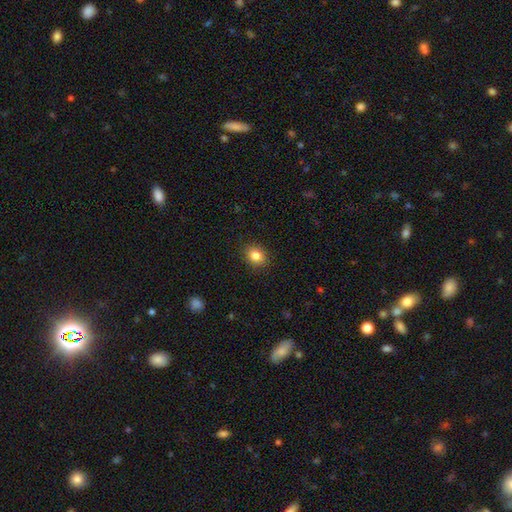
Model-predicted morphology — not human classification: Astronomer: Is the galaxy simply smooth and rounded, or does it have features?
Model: smooth — 84%.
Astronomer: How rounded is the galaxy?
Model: round — 57% (runner-up: in between, 43%).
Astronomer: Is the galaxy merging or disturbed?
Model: none — 90%.